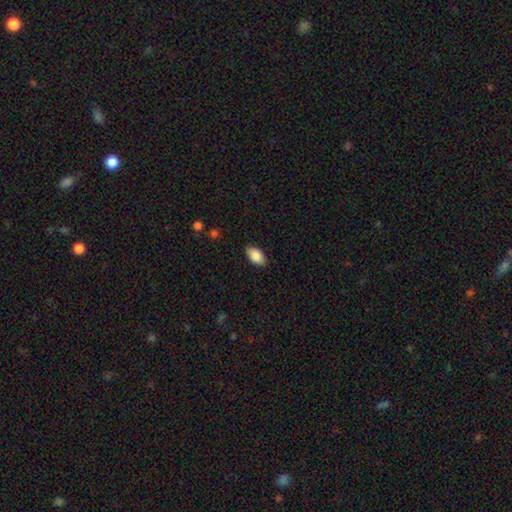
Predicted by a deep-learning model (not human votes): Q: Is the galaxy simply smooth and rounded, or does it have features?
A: smooth — 88%.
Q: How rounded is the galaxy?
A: in between — 93%.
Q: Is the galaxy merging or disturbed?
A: none — 85%.